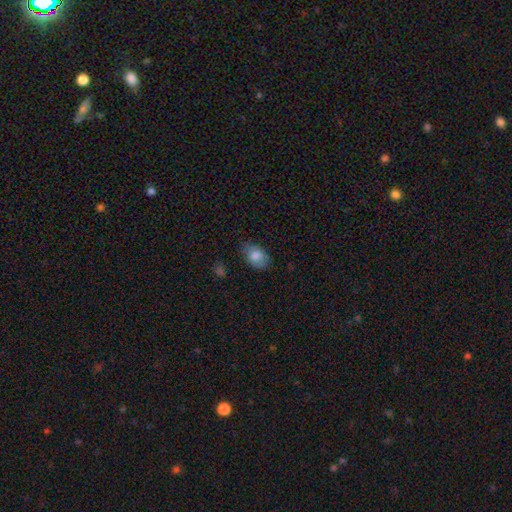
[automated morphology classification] smooth-or-featured: smooth: 78% | featured or disk: 14% | star or artifact: 8%
  how-rounded: in between: 82% | round: 16% | cigar-shaped: 1%
  merging: none: 65% | minor disturbance: 27% | major disturbance: 6% | merger: 2%